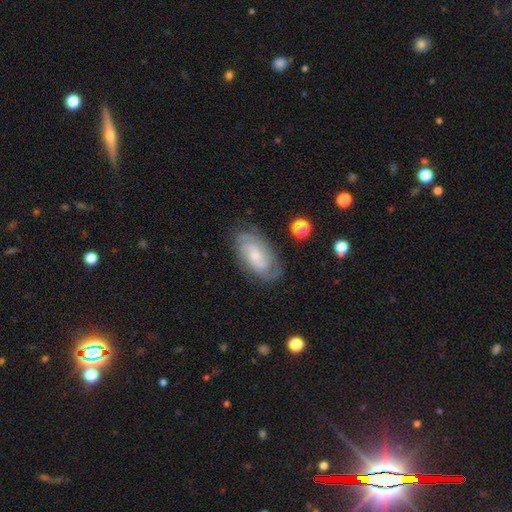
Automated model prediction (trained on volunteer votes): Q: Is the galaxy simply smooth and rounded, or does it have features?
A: featured or disk — 72%.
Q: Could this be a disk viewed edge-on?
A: no — 95%.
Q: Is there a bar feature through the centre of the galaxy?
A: no — 55%.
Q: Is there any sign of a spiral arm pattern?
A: yes — 92%.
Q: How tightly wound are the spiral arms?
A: tight — 56%.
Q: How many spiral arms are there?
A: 2 — 45%.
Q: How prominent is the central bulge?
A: small — 63%.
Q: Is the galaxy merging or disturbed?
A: none — 75%.